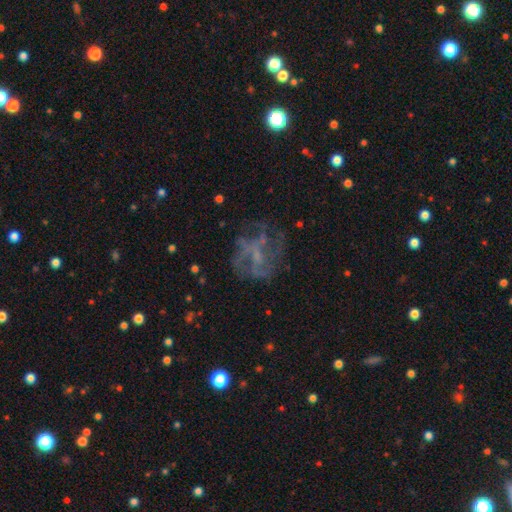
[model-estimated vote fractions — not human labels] smooth-or-featured: featured or disk: 65% | smooth: 18% | star or artifact: 17%
  disk-edge-on: no: 98% | yes: 2%
    bar: no: 66% | weak: 28% | strong: 6%
    has-spiral-arms: yes: 55% | no: 45%
    bulge-size: none: 49% | small: 34% | moderate: 15% | large: 2% | dominant: 1%
  merging: none: 57% | major disturbance: 24% | minor disturbance: 16% | merger: 3%